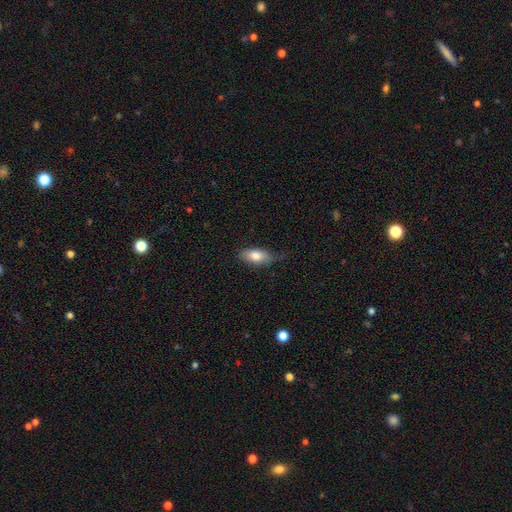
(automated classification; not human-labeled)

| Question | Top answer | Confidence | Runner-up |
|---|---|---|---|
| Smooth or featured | smooth | 79% | featured or disk (15%) |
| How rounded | in between | 87% | cigar-shaped (9%) |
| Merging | none | 66% | minor disturbance (26%) |